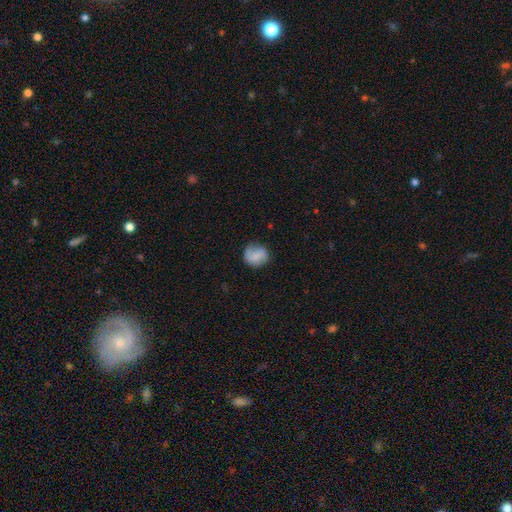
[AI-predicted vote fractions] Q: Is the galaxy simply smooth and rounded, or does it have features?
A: smooth — 66%.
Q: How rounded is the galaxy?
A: round — 83%.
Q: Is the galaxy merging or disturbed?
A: none — 73%.